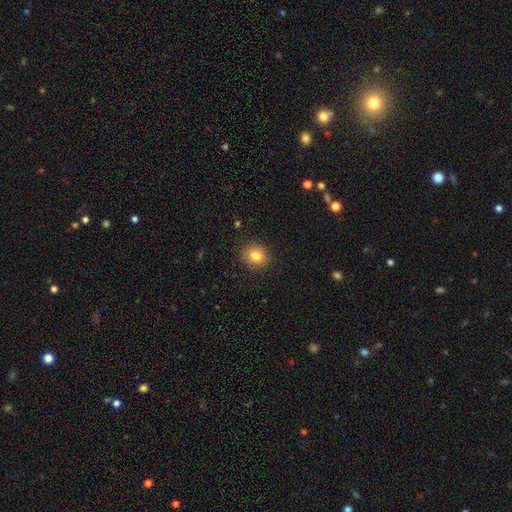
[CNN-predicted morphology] The model was most divided on "how rounded": round: 82%, in between: 17%, cigar-shaped: 1%. More confident: merging — none (89%); smooth or featured — smooth (81%).